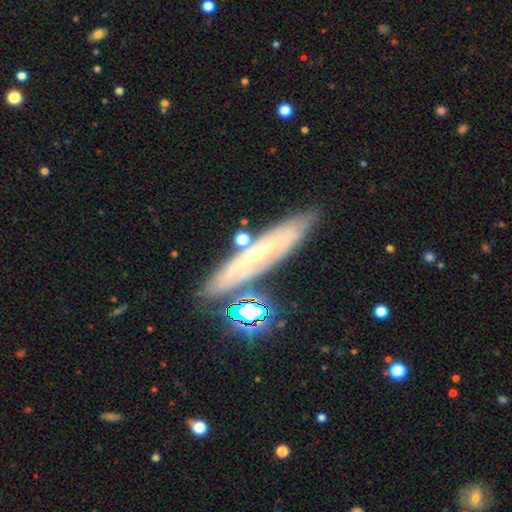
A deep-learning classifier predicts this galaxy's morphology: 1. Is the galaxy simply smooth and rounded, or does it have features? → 67% featured or disk, 22% smooth, 11% star or artifact.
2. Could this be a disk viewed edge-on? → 54% yes, 46% no.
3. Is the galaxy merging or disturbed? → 79% none, 13% minor disturbance, 5% merger, 3% major disturbance.